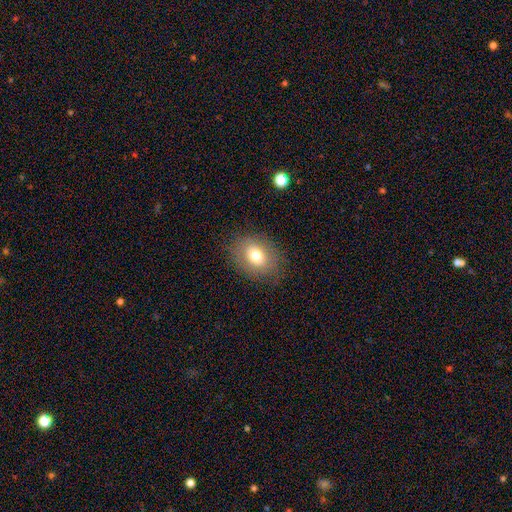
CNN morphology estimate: smooth_or_featured: smooth (p=0.73) [alt: featured or disk p=0.17]
how_rounded: in between (p=0.64) [alt: round p=0.35]
merging: none (p=0.82) [alt: minor disturbance p=0.12]